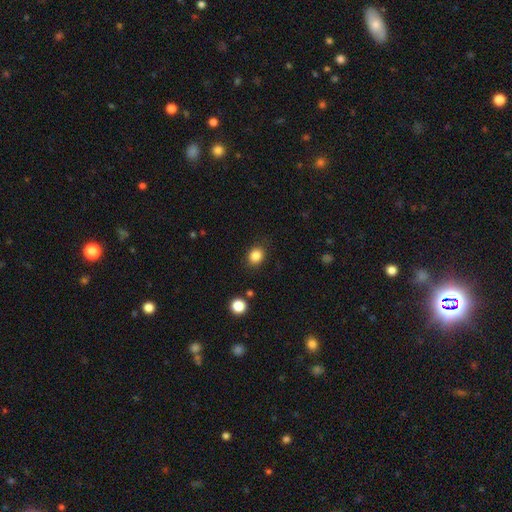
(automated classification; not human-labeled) Smooth or featured? smooth (85%)
How rounded? round (62%)
Merging? none (85%)